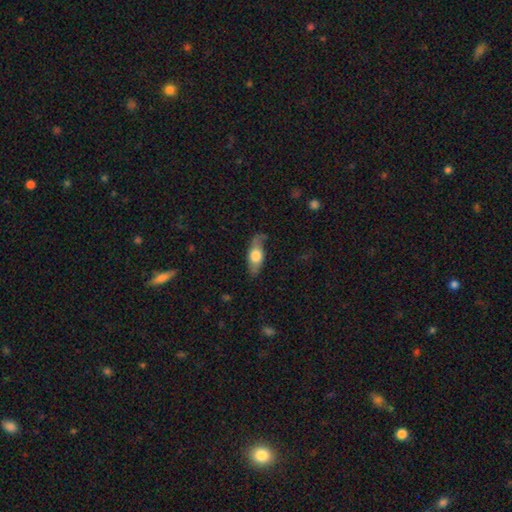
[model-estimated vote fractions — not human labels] Morphology: type=smooth (60%); roundness=in between (73%); merging=none (69%).